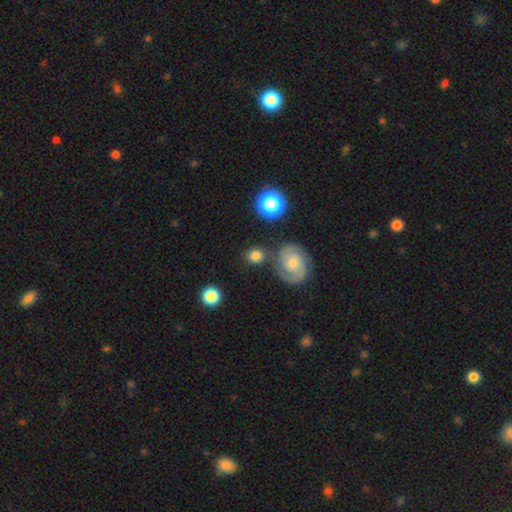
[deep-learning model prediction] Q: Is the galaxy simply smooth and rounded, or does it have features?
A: smooth — 64%.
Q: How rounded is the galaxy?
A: round — 71%.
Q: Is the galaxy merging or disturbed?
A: none — 71%.